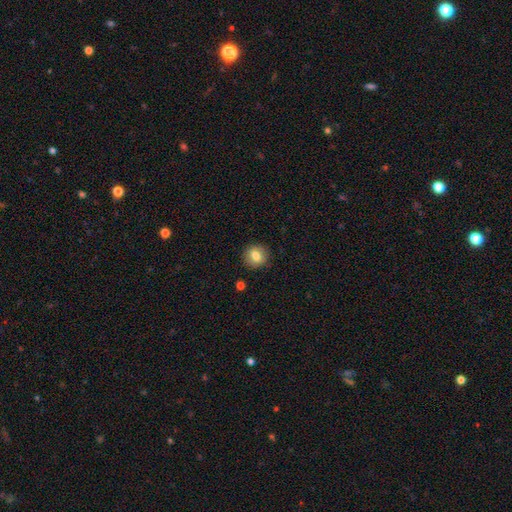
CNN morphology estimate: This appears to be a smooth galaxy with no disk features (78%) that is round (84%). Merging: none (89%).